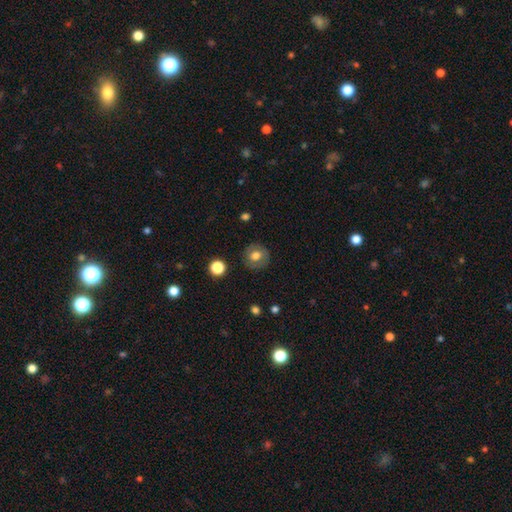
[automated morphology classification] smooth-or-featured: smooth: 72% | featured or disk: 19% | star or artifact: 9%
  how-rounded: round: 87% | in between: 12% | cigar-shaped: 1%
  merging: none: 86% | minor disturbance: 9% | major disturbance: 3% | merger: 1%